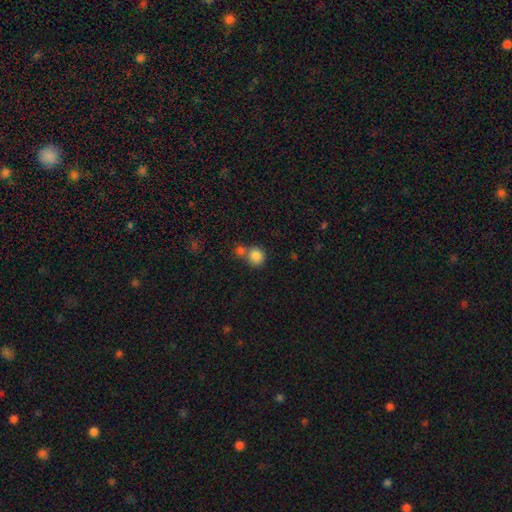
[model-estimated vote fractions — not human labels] Smooth or featured: smooth — 84% (star or artifact — 10%)
How rounded: round — 89% (in between — 10%)
Merging: none — 54% (merger — 35%)